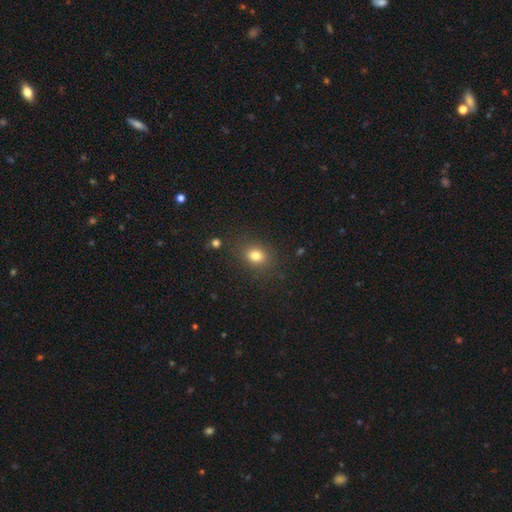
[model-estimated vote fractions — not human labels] Smooth or featured? Predicted: smooth (p=0.81). How rounded? Predicted: in between (p=0.53). Merging? Predicted: none (p=0.81).